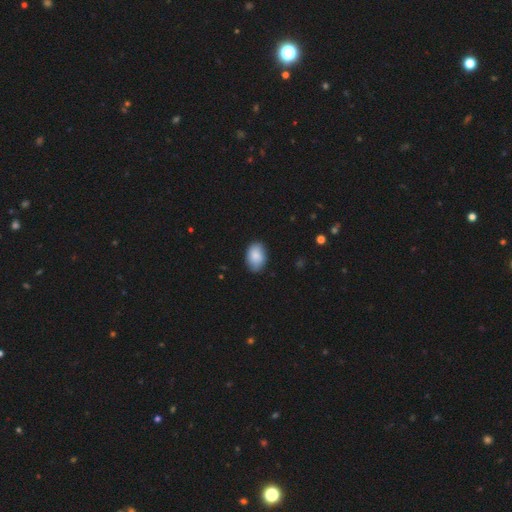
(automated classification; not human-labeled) smooth 86%, featured or disk 8%, star or artifact 6%. Down the decision tree: how rounded — in between (85%); merging — none (82%).